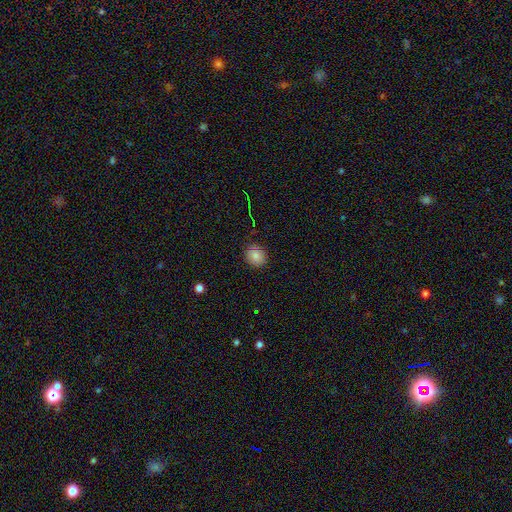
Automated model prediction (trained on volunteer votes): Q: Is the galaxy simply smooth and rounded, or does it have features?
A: smooth — 83%.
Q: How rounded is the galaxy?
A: round — 79%.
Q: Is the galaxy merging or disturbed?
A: none — 88%.